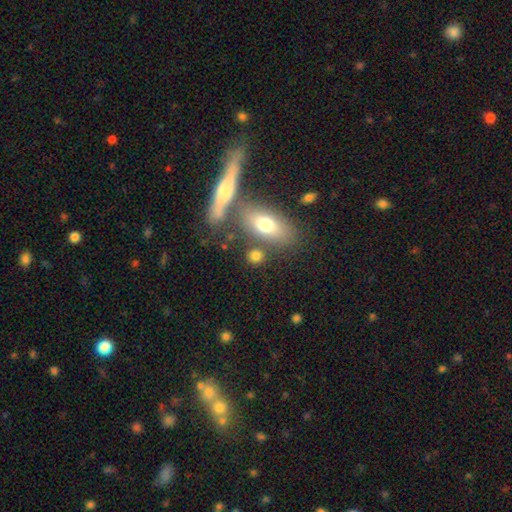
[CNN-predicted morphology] A smooth galaxy with no disk features (76%) that is round (49%).

Vote fractions:
- Smooth or featured? smooth: 76% / featured or disk: 13% / star or artifact: 11%
- How rounded? round: 49% / in between: 42% / cigar-shaped: 9%
- Merging? none: 68% / merger: 17% / minor disturbance: 10% / major disturbance: 5%